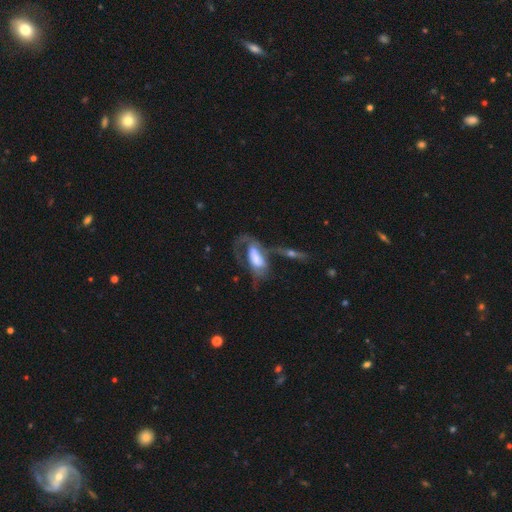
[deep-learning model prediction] smooth_or_featured: featured or disk (p=0.61) [alt: smooth p=0.31]
disk_edge_on: no (p=0.87) [alt: yes p=0.13]
bar: no (p=0.55) [alt: weak p=0.28]
has_spiral_arms: yes (p=0.62) [alt: no p=0.38]
bulge_size: large (p=0.32) [alt: moderate p=0.31]
merging: major disturbance (p=0.37) [alt: merger p=0.27]